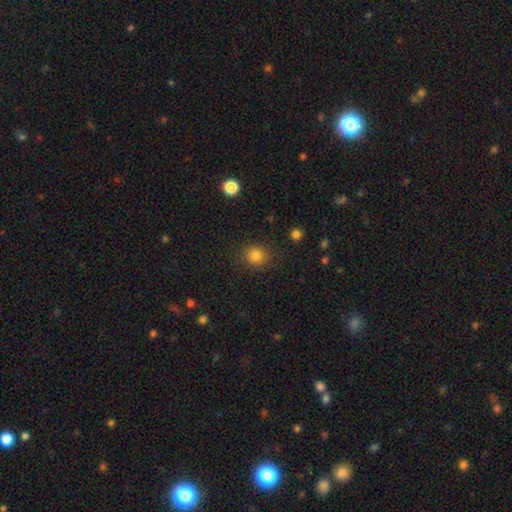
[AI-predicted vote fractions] smooth 83%, star or artifact 12%, featured or disk 5%. Down the decision tree: how rounded — round (86%); merging — none (84%).